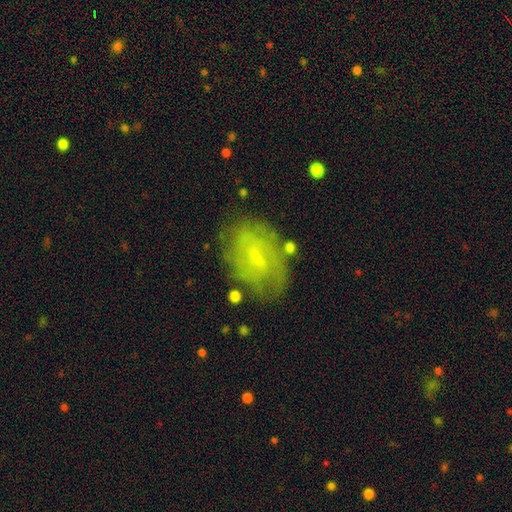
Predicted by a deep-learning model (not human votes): The model was most divided on "bar": weak: 57%, no: 31%, strong: 12%. More confident: edge-on disk — no (96%); spiral arms — yes (70%); merging — none (70%); smooth or featured — featured or disk (60%); bulge size — small (60%).